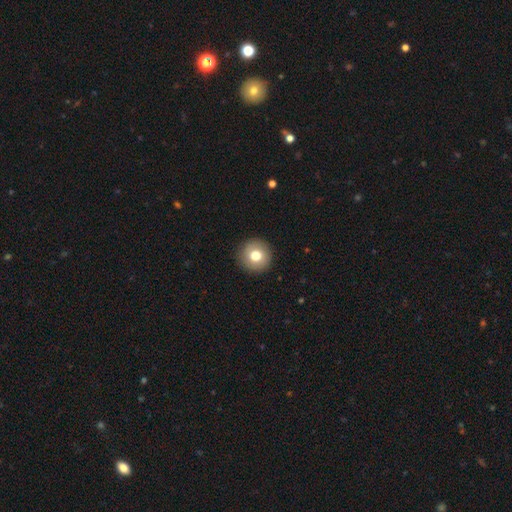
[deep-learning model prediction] Smooth or featured? Predicted: smooth (p=0.76). How rounded? Predicted: round (p=0.95). Merging? Predicted: none (p=0.93).